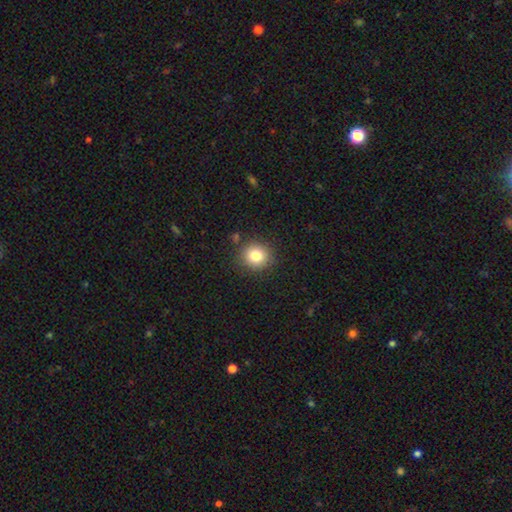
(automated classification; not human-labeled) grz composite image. It shows a smooth galaxy with no disk features (81%) that is round (88%). Merging: none (87%).